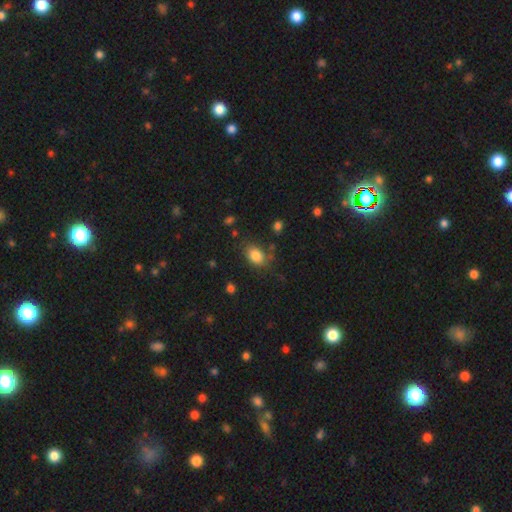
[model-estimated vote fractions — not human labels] The model was most divided on "merging": none: 68%, minor disturbance: 20%, major disturbance: 8%, merger: 4%. More confident: smooth or featured — smooth (83%); how rounded — in between (75%).